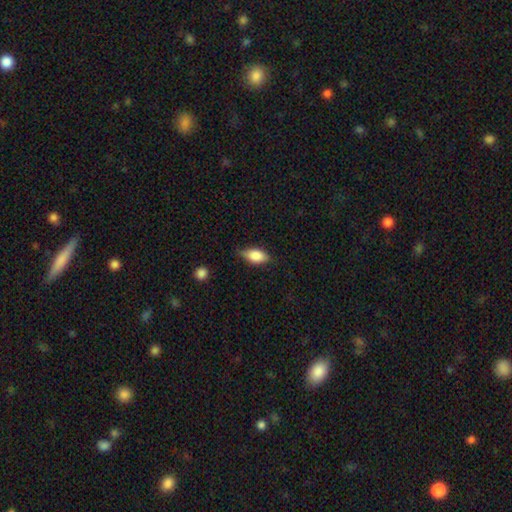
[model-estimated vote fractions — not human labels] The model was most divided on "merging": none: 64%, minor disturbance: 28%, major disturbance: 6%, merger: 2%. More confident: how rounded — in between (87%); smooth or featured — smooth (77%).